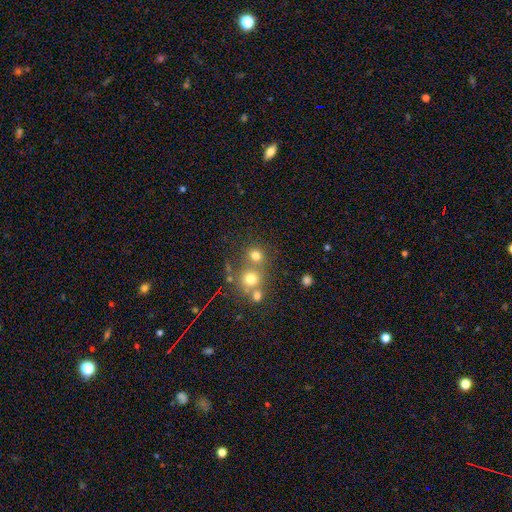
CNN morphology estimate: Overall: smooth (72%). How rounded: round (84%). Merging: none (57%; merger 31%).